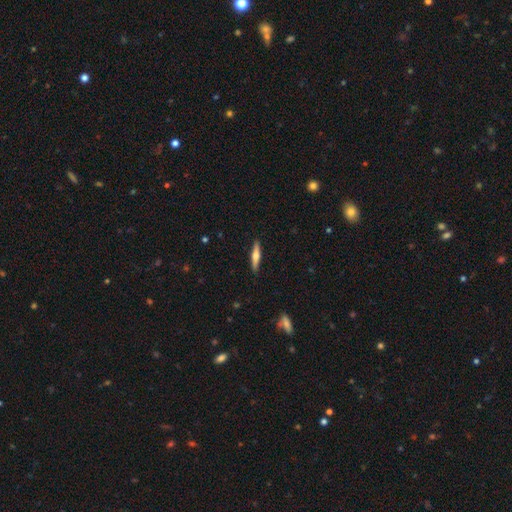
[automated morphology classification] Smooth or featured? Predicted: featured or disk (p=0.47, tied with smooth). Merging? Predicted: none (p=0.91).